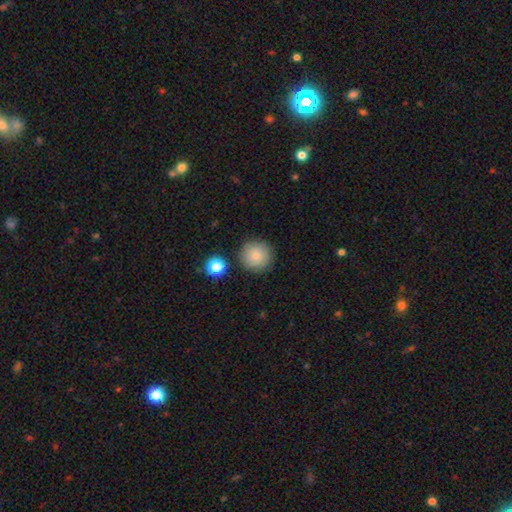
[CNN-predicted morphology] Overall: smooth (82%). How rounded: round (95%). Merging: none (86%).